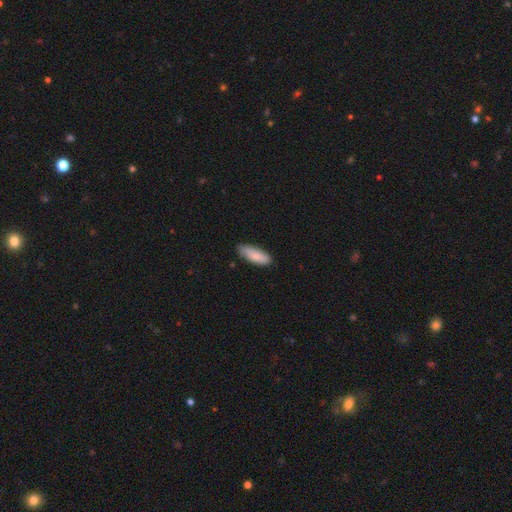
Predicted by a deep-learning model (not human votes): Smooth or featured? Predicted: smooth (p=0.85). How rounded? Predicted: in between (p=0.66). Merging? Predicted: none (p=0.80).